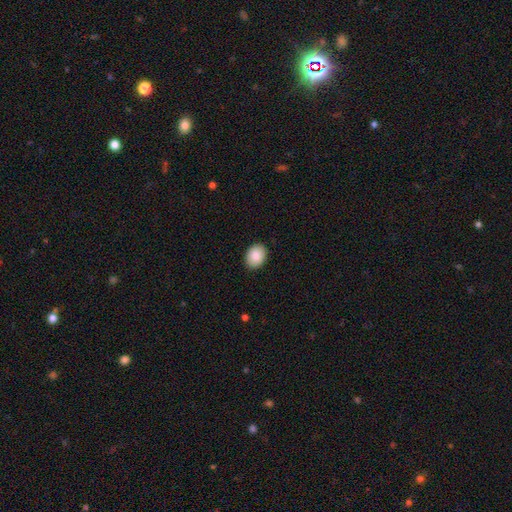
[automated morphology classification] Smooth or featured? smooth (89%)
How rounded? in between (67%)
Merging? none (90%)